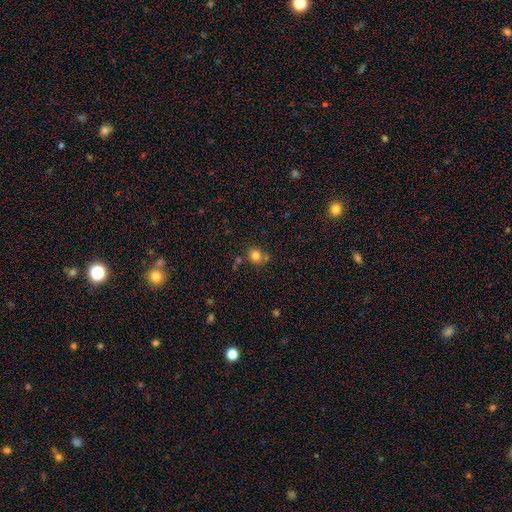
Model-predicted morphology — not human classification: A smooth galaxy with no disk features (81%) that is round (81%). Merging: none (69%).